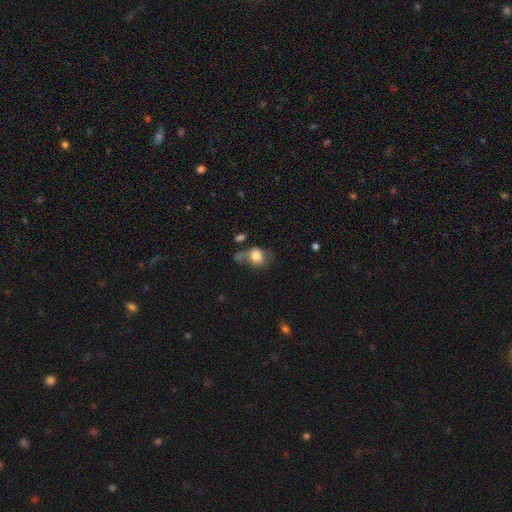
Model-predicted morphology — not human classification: smooth_or_featured: smooth (p=0.72) [alt: featured or disk p=0.18]
how_rounded: round (p=0.50) [alt: in between p=0.49]
merging: none (p=0.34) [alt: major disturbance p=0.27]